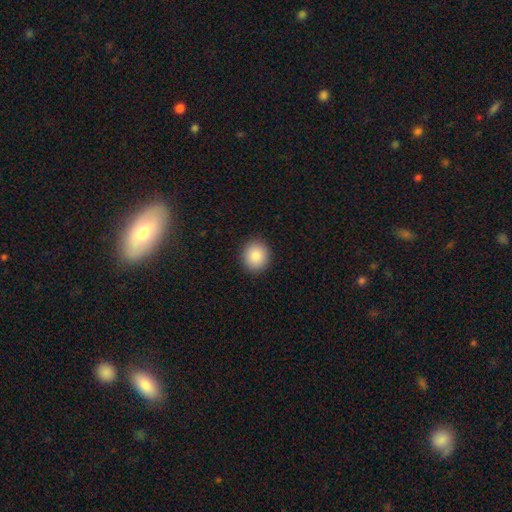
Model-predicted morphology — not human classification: The model was most divided on "how rounded": round: 81%, in between: 18%, cigar-shaped: 1%. More confident: merging — none (91%); smooth or featured — smooth (86%).